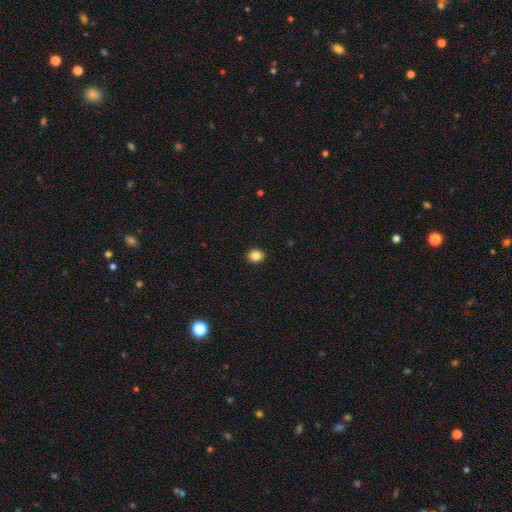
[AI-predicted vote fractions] A smooth galaxy with no disk features (85%) that is round (65%). Merging: none (92%).